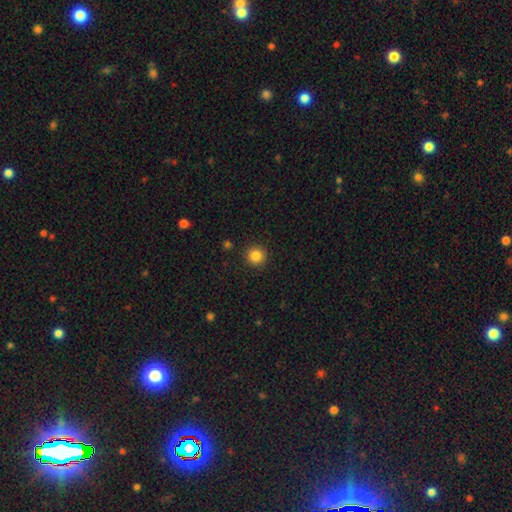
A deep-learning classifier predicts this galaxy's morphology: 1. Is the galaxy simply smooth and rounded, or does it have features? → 85% smooth, 11% star or artifact, 4% featured or disk.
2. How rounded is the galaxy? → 94% round, 5% in between, 1% cigar-shaped.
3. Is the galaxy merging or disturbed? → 92% none, 5% minor disturbance, 2% major disturbance, 1% merger.